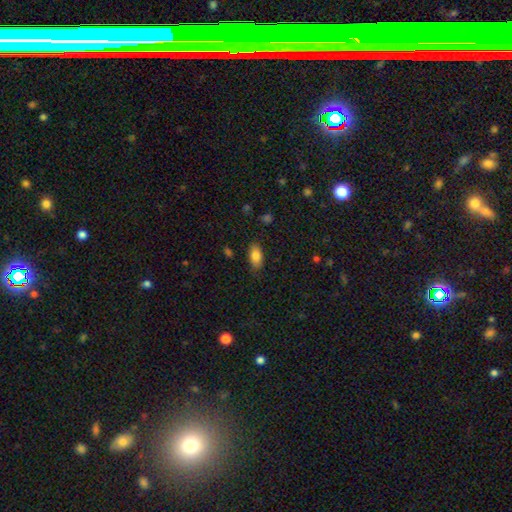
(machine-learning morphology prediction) A smooth galaxy with no disk features (83%) that is in between round and cigar-shaped (91%).

Vote fractions:
- Smooth or featured? smooth: 83% / featured or disk: 9% / star or artifact: 8%
- How rounded? in between: 91% / cigar-shaped: 5% / round: 4%
- Merging? none: 83% / minor disturbance: 13% / major disturbance: 3% / merger: 1%